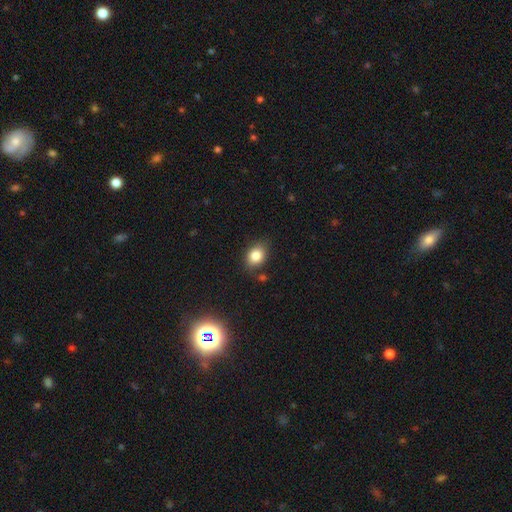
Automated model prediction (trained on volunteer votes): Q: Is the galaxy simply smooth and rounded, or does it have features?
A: smooth — 83%.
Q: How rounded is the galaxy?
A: in between — 63%.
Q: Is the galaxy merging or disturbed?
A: none — 77%.